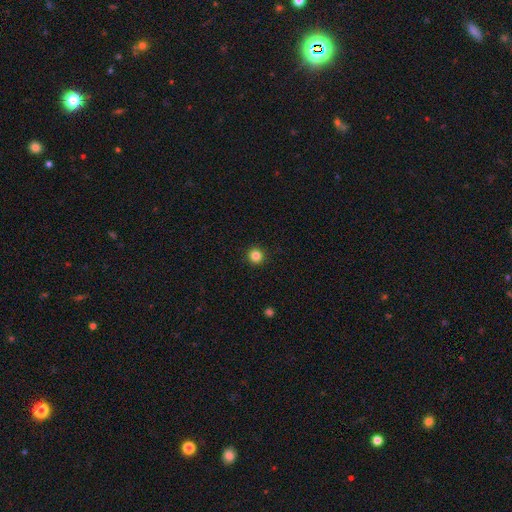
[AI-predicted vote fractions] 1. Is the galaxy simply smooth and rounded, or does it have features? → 84% smooth, 12% star or artifact, 4% featured or disk.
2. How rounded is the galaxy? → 95% round, 4% in between, 1% cigar-shaped.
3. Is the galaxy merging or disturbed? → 93% none, 5% minor disturbance, 2% major disturbance, 1% merger.